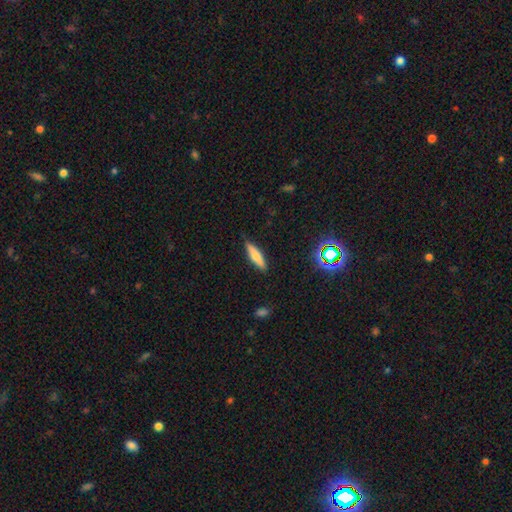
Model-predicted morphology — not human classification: type=smooth (64%); roundness=cigar-shaped (75%); merging=none (87%).